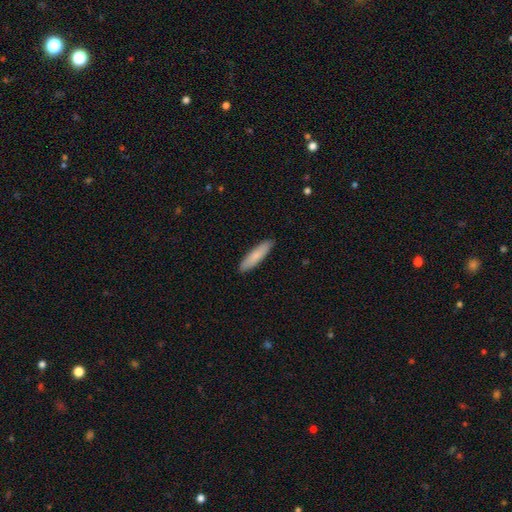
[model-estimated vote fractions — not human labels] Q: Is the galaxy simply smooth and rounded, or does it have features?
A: smooth — 81%.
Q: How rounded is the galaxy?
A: cigar-shaped — 78%.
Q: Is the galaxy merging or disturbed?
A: none — 90%.